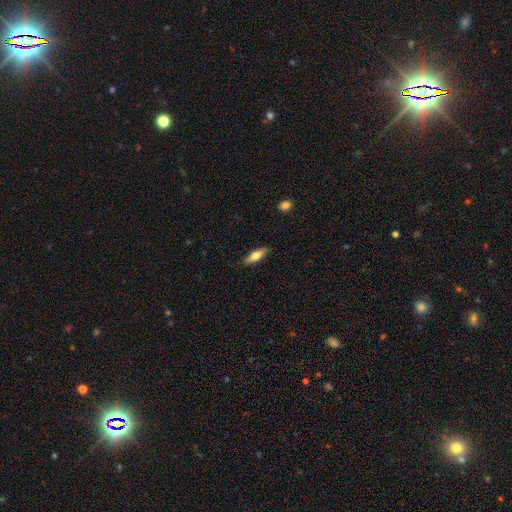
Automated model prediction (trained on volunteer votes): Smooth or featured? Predicted: smooth (p=0.66). How rounded? Predicted: cigar-shaped (p=0.51). Merging? Predicted: none (p=0.87).